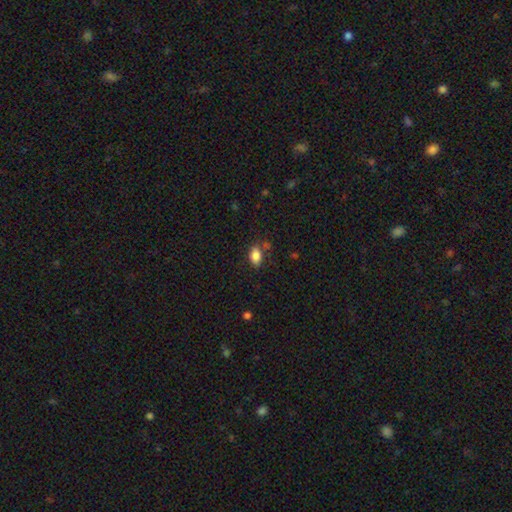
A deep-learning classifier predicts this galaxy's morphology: smooth-or-featured: smooth: 85% | star or artifact: 9% | featured or disk: 6%
  how-rounded: in between: 89% | round: 9% | cigar-shaped: 3%
  merging: none: 73% | minor disturbance: 17% | merger: 6% | major disturbance: 4%